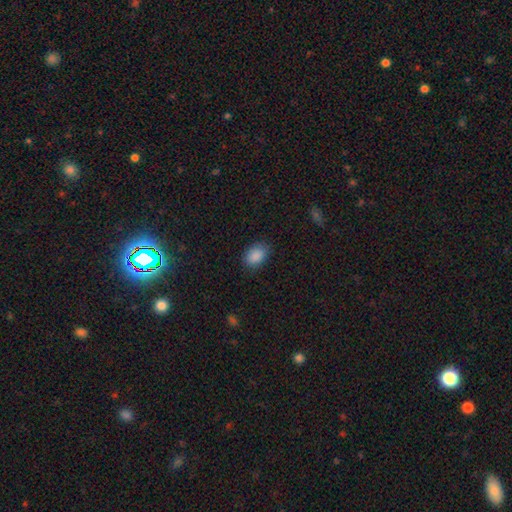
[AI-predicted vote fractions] This appears to be a smooth galaxy with no disk features (89%) that is in between round and cigar-shaped (83%). Merging: none (82%).